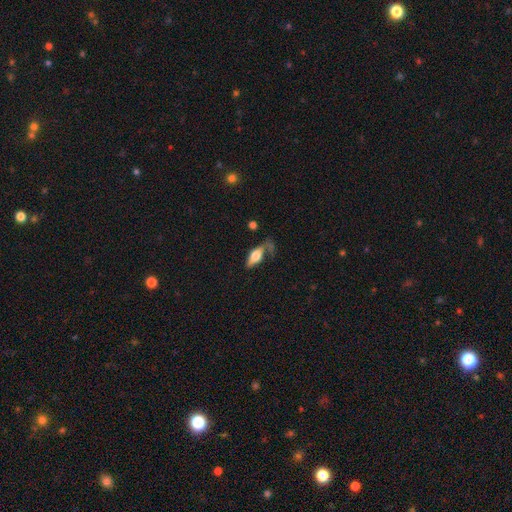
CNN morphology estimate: Smooth or featured? Predicted: smooth (p=0.59). How rounded? Predicted: in between (p=0.73). Merging? Predicted: none (p=0.47).